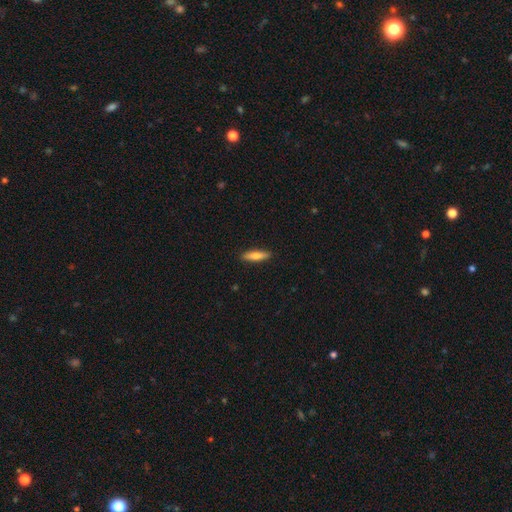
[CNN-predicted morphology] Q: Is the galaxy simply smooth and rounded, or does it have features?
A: smooth — 68%.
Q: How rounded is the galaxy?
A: cigar-shaped — 74%.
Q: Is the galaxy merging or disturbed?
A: none — 90%.